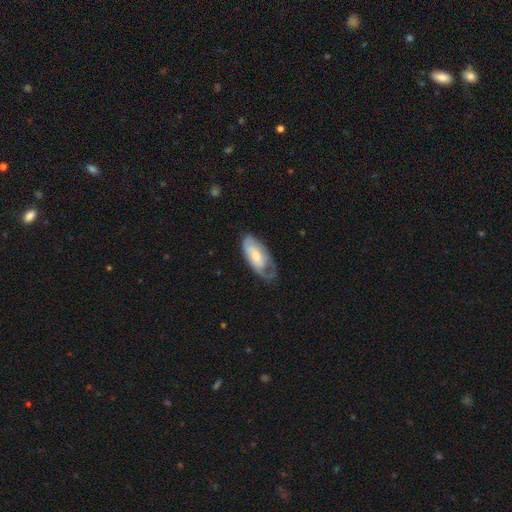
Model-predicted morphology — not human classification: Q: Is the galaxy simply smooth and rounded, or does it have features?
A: featured or disk — 52%.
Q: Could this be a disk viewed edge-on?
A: no — 89%.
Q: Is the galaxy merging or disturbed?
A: none — 44%.